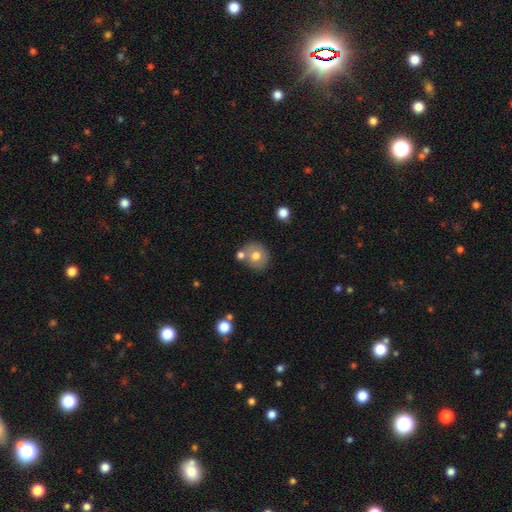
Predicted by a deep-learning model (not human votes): Smooth or featured? smooth (71%)
How rounded? round (81%)
Merging? none (63%)